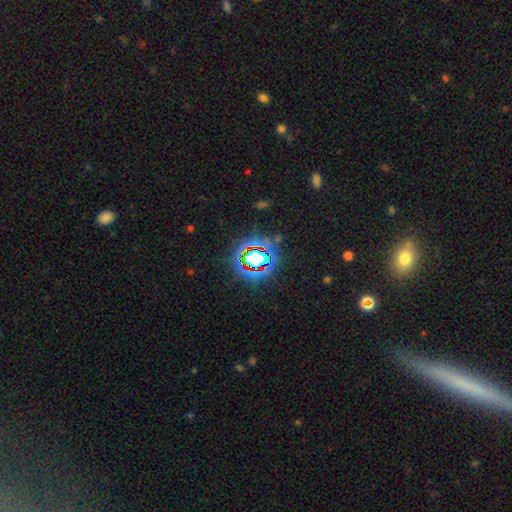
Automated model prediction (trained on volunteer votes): smooth_or_featured: star or artifact (p=0.68) [alt: smooth p=0.20]